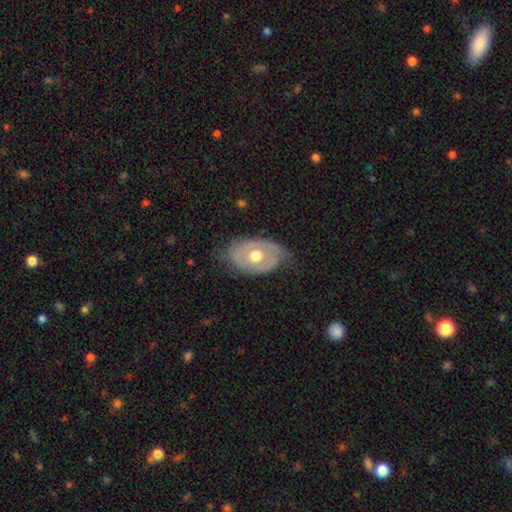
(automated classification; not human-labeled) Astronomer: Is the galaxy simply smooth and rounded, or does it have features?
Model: featured or disk — 62%.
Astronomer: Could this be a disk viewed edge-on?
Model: no — 92%.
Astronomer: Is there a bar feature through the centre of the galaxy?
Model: no — 83%.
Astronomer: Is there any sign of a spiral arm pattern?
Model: no — 66%.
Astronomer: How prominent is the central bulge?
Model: moderate — 77%.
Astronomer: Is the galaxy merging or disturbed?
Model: none — 64%.